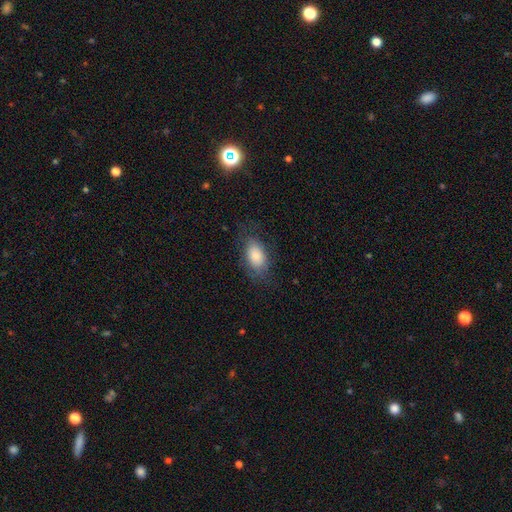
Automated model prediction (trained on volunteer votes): Smooth or featured? Predicted: smooth (p=0.79). How rounded? Predicted: in between (p=0.91). Merging? Predicted: none (p=0.68).